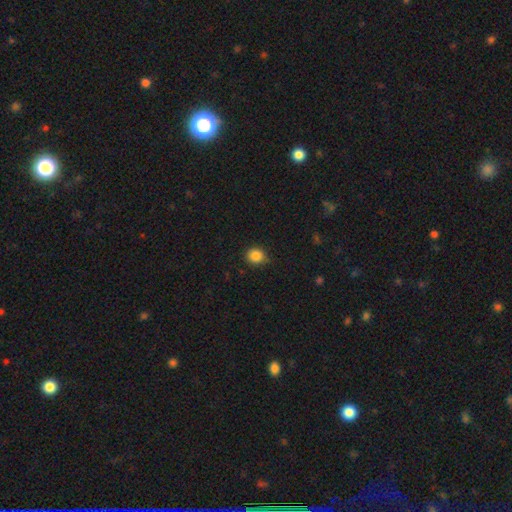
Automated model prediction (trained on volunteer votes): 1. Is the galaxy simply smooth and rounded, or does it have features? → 86% smooth, 10% star or artifact, 4% featured or disk.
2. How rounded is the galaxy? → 81% round, 18% in between, 1% cigar-shaped.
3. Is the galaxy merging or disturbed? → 82% none, 14% minor disturbance, 2% major disturbance, 1% merger.